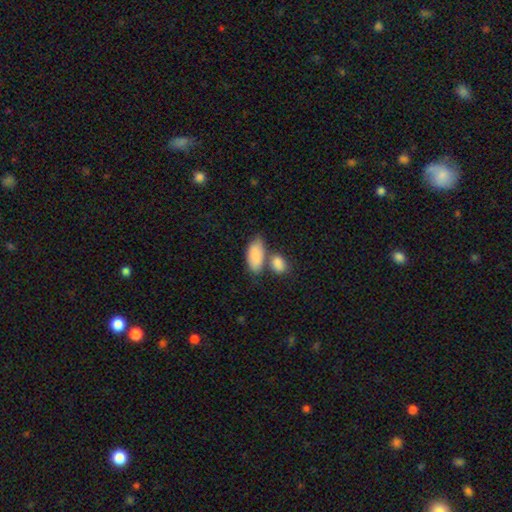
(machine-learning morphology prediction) A smooth galaxy with no disk features (86%) that is in between round and cigar-shaped (91%).

Vote fractions:
- Smooth or featured? smooth: 86% / featured or disk: 8% / star or artifact: 6%
- How rounded? in between: 91% / cigar-shaped: 5% / round: 3%
- Merging? none: 44% / merger: 36% / minor disturbance: 15% / major disturbance: 5%